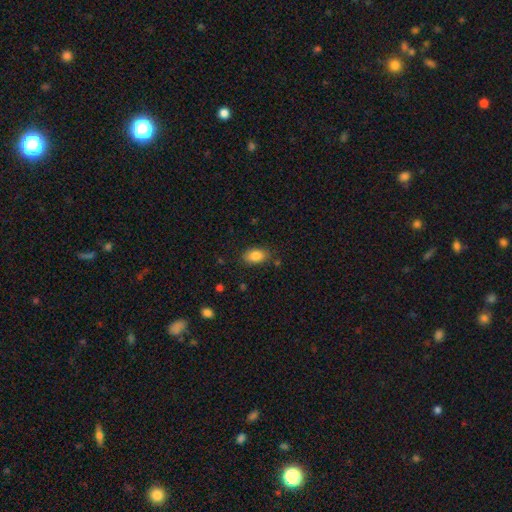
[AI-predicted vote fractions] Smooth or featured?
  - smooth: 85% *
  - star or artifact: 8%
  - featured or disk: 7%
How rounded?
  - in between: 87% *
  - round: 11%
  - cigar-shaped: 2%
Merging?
  - none: 81% *
  - minor disturbance: 13%
  - major disturbance: 3%
  - merger: 2%